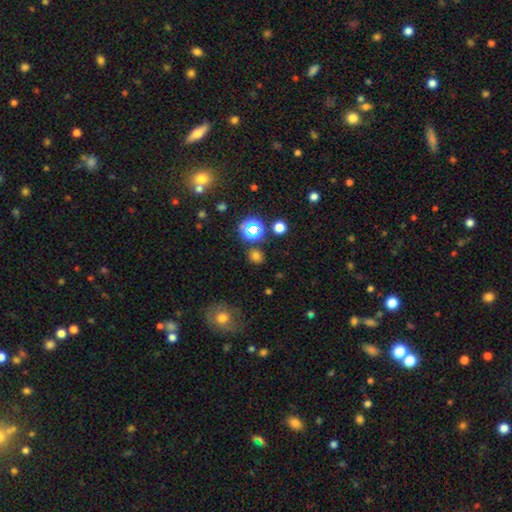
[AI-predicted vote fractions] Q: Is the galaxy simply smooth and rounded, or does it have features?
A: smooth — 65%.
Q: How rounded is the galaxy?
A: round — 79%.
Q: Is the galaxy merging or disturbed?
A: none — 82%.